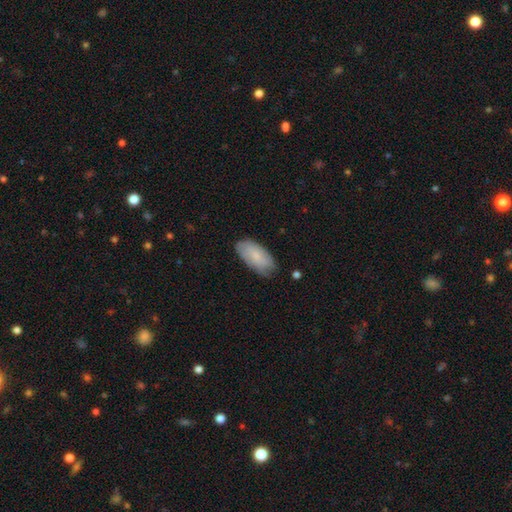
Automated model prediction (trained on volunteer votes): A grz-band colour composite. It shows a smooth galaxy with no disk features (72%) that is in between round and cigar-shaped (92%). Merging: none (75%).